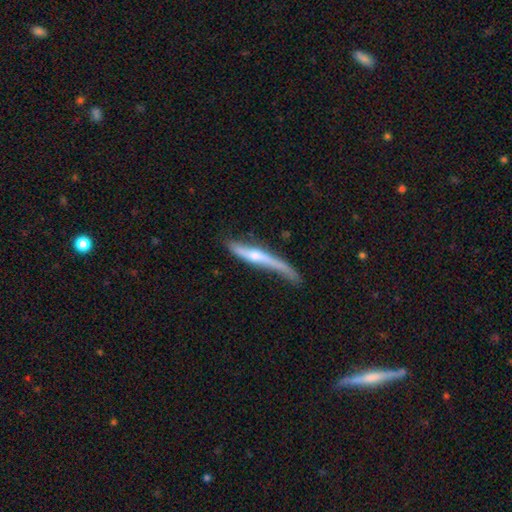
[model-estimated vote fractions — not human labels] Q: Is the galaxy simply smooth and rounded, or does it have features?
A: featured or disk — 59%.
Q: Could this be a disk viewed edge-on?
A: yes — 81%.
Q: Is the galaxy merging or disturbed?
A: none — 40%.